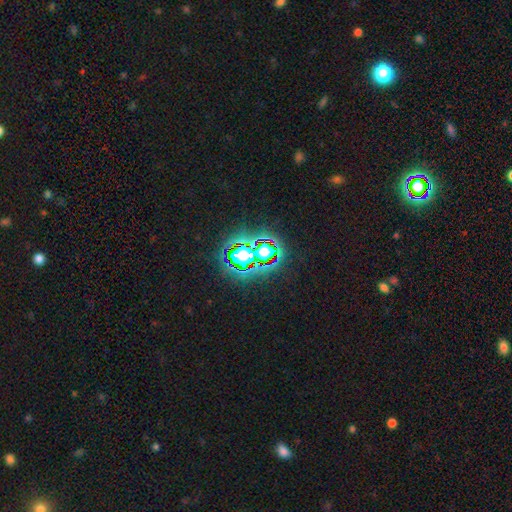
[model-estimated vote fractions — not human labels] smooth-or-featured: star or artifact: 79% | smooth: 13% | featured or disk: 8%